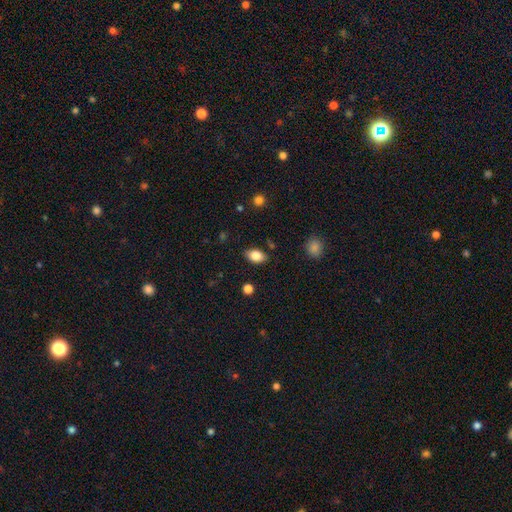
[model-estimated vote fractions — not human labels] Q: Smooth or featured?
A: smooth (83%); runner-up: featured or disk (9%)
Q: How rounded?
A: in between (88%); runner-up: round (10%)
Q: Merging?
A: none (84%); runner-up: minor disturbance (12%)